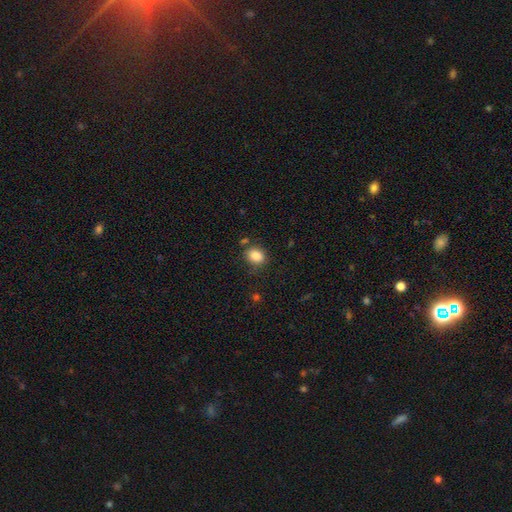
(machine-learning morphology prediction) Smooth or featured: smooth — 85% (star or artifact — 10%)
How rounded: in between — 58% (round — 41%)
Merging: none — 78% (minor disturbance — 13%)